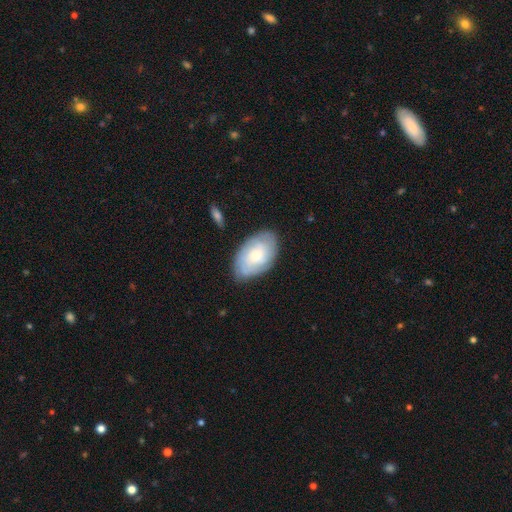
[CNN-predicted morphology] A smooth galaxy with no disk features (48%).

Vote fractions:
- Smooth or featured? smooth: 48% / featured or disk: 45% / star or artifact: 6%
- Merging? none: 76% / minor disturbance: 18% / major disturbance: 4% / merger: 2%